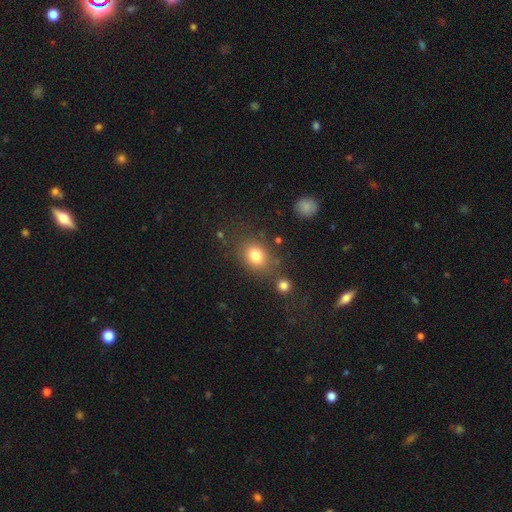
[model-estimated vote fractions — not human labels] A smooth galaxy with no disk features (80%) that is in between round and cigar-shaped (51%).

Vote fractions:
- Smooth or featured? smooth: 80% / star or artifact: 12% / featured or disk: 8%
- How rounded? in between: 51% / round: 48% / cigar-shaped: 1%
- Merging? none: 73% / minor disturbance: 14% / merger: 8% / major disturbance: 6%